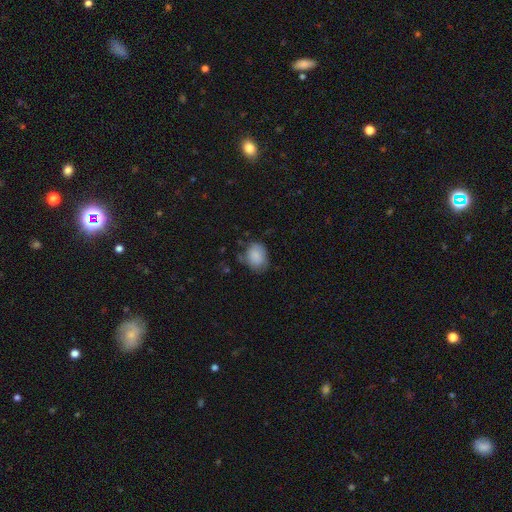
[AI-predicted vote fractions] smooth-or-featured: smooth: 82% | featured or disk: 10% | star or artifact: 8%
  how-rounded: in between: 60% | round: 39% | cigar-shaped: 1%
  merging: none: 55% | minor disturbance: 31% | major disturbance: 11% | merger: 3%